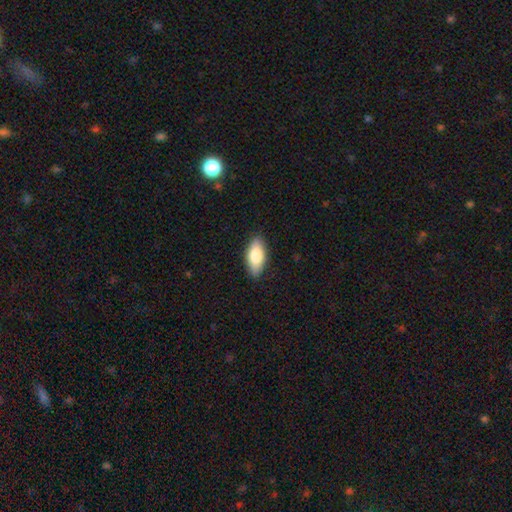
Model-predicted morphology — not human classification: smooth 80%, featured or disk 14%, star or artifact 6%. Down the decision tree: how rounded — in between (86%); merging — none (88%).